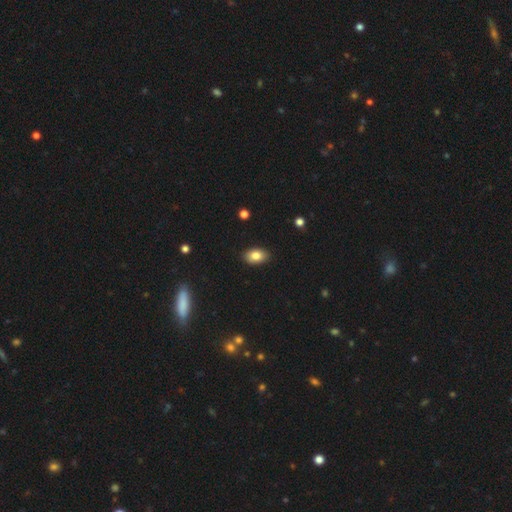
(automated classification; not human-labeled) smooth-or-featured: smooth: 83% | featured or disk: 8% | star or artifact: 8%
  how-rounded: in between: 89% | round: 10% | cigar-shaped: 2%
  merging: none: 89% | minor disturbance: 8% | major disturbance: 2% | merger: 1%